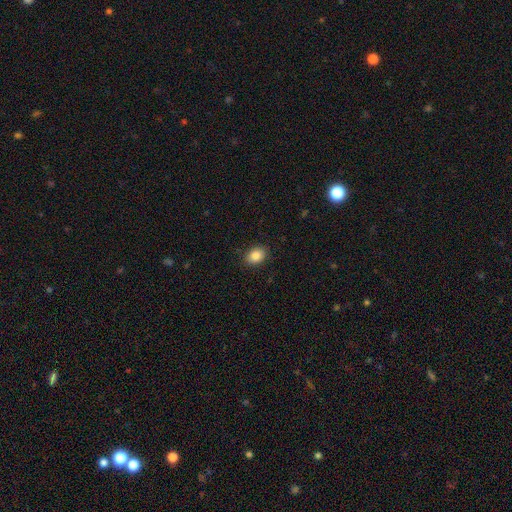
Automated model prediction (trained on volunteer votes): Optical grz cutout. It shows a smooth galaxy with no disk features (87%) that is in between round and cigar-shaped (69%). Merging: none (88%).